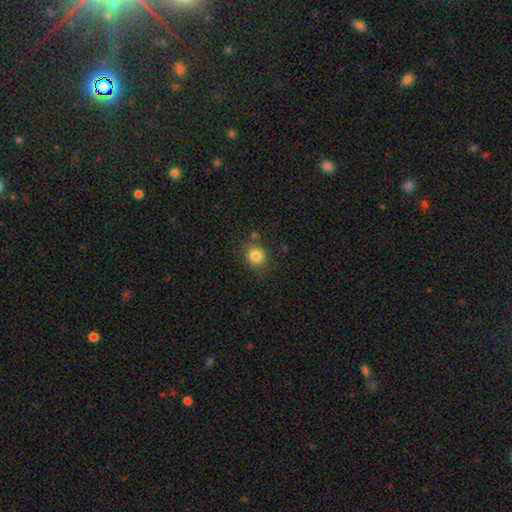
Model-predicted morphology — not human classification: This is clearly a smooth galaxy (83%). How rounded: clearly round (83%). Merging: clearly none (83%).